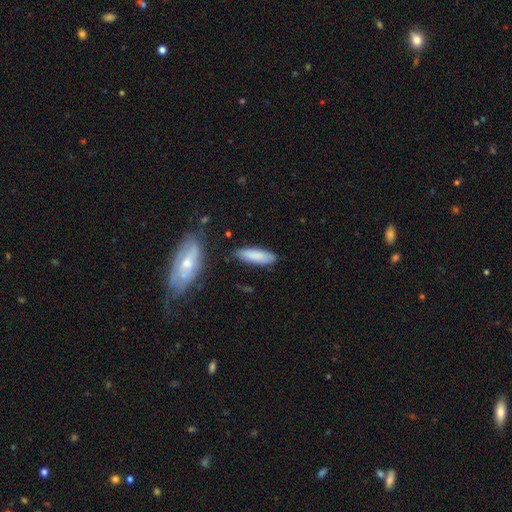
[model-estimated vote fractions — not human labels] This is clearly a smooth galaxy (85%). How rounded: possibly in between (53%). Merging: clearly none (82%).